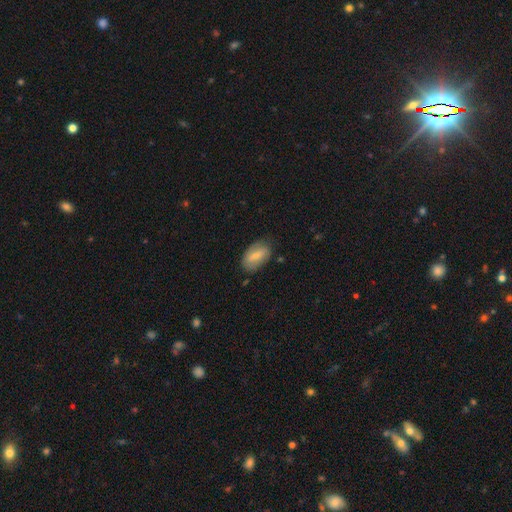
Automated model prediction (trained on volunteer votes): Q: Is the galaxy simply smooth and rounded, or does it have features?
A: smooth — 68%.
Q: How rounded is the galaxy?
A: in between — 91%.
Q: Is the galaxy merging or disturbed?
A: none — 72%.